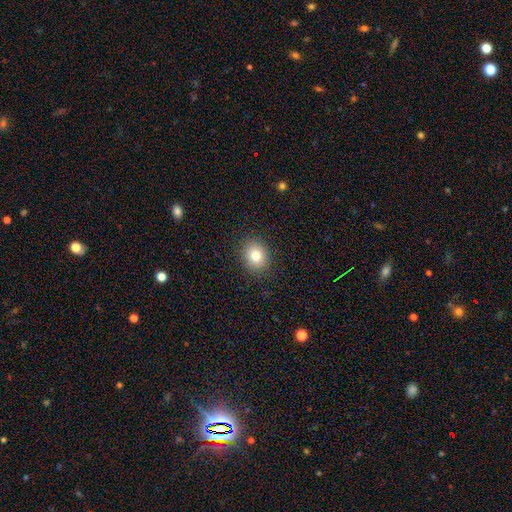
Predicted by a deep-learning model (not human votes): A smooth galaxy with no disk features (80%) that is round (66%). Merging: none (89%).